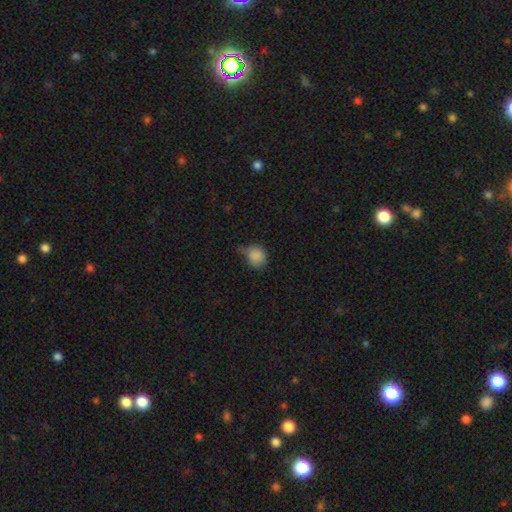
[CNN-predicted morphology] The model was most divided on "merging": minor disturbance: 43%, none: 37%, major disturbance: 14%, merger: 5%. More confident: smooth or featured — smooth (84%); how rounded — round (70%).